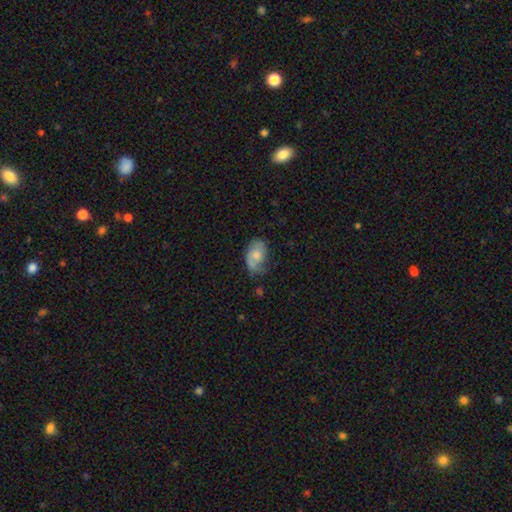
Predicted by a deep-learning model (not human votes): smooth-or-featured: featured or disk: 47% | smooth: 46% | star or artifact: 7%
  merging: none: 50% | minor disturbance: 31% | major disturbance: 16% | merger: 3%